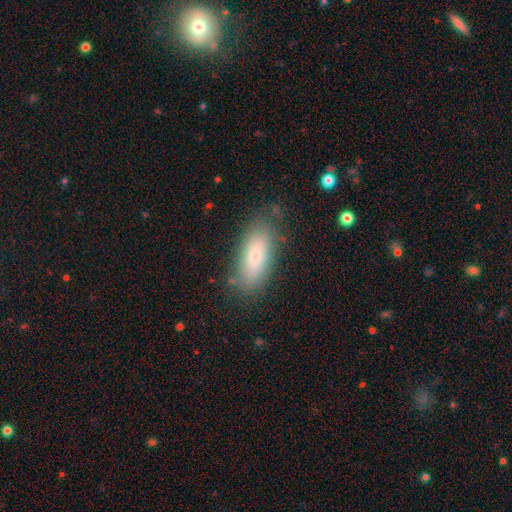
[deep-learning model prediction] The model was most divided on "smooth or featured": smooth: 75%, featured or disk: 17%, star or artifact: 8%. More confident: how rounded — in between (81%); merging — none (78%).